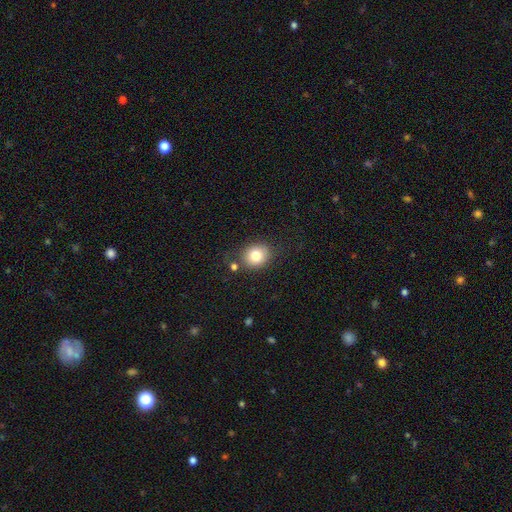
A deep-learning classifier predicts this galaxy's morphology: Q: Smooth or featured?
A: smooth (80%); runner-up: star or artifact (11%)
Q: How rounded?
A: round (65%); runner-up: in between (34%)
Q: Merging?
A: none (79%); runner-up: minor disturbance (12%)